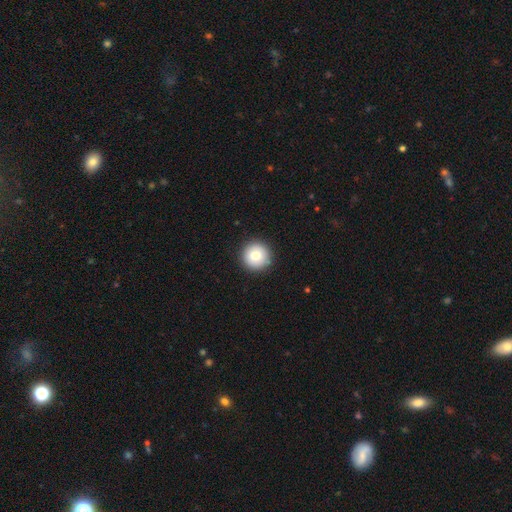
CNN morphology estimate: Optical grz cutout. It shows a smooth galaxy with no disk features (78%) that is round (96%). Merging: none (91%).